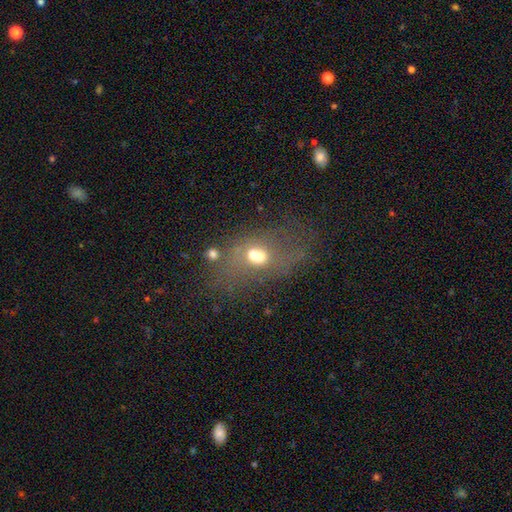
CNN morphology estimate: Smooth or featured? smooth (53%)
How rounded? in between (72%)
Merging? none (34%)